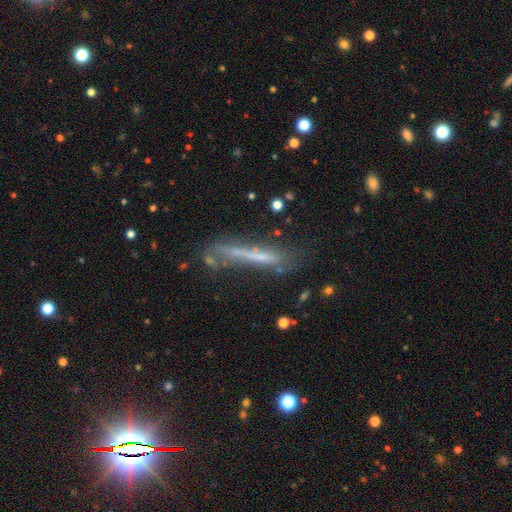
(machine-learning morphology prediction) smooth_or_featured: featured or disk (p=0.50) [alt: smooth p=0.40]
disk_edge_on: yes (p=0.76) [alt: no p=0.24]
merging: none (p=0.50) [alt: minor disturbance p=0.24]